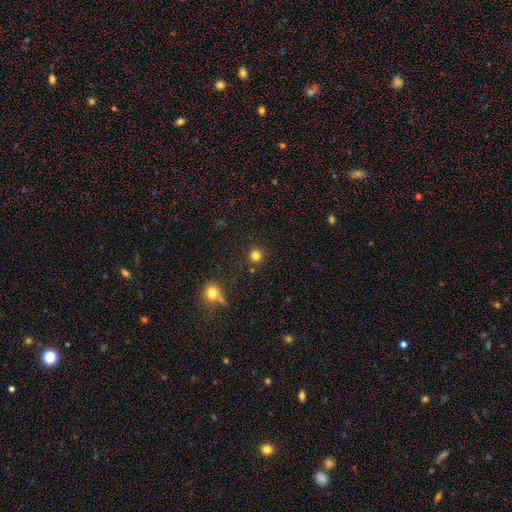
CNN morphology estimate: This appears to be a smooth galaxy with no disk features (80%) that is round (93%). Merging: none (88%).